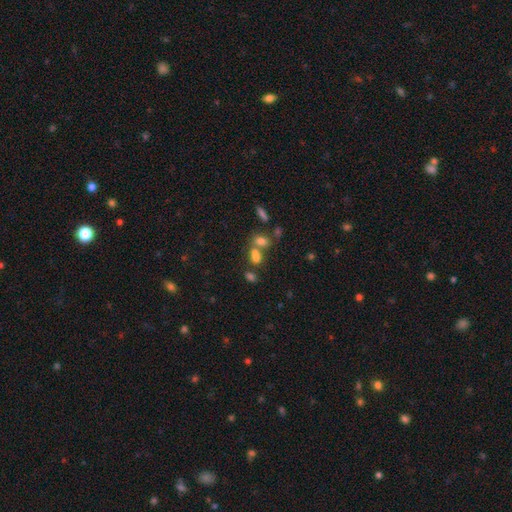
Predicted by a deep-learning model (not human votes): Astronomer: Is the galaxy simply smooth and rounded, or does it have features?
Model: smooth — 73%.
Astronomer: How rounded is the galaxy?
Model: in between — 78%.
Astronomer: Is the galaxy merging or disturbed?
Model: merger — 45% (runner-up: none, 40%).